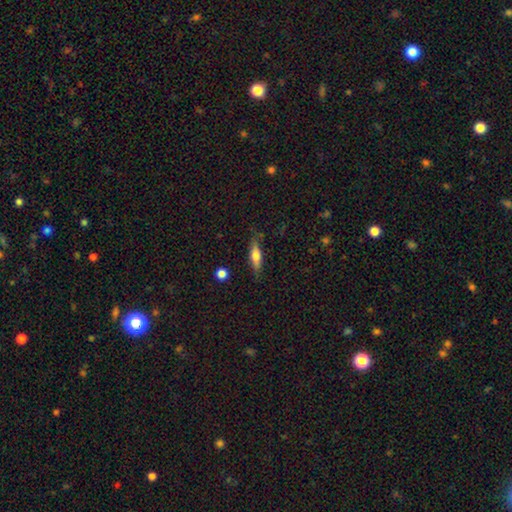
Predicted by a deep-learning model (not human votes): Morphology: type=smooth (55%); roundness=cigar-shaped (61%); merging=none (80%).